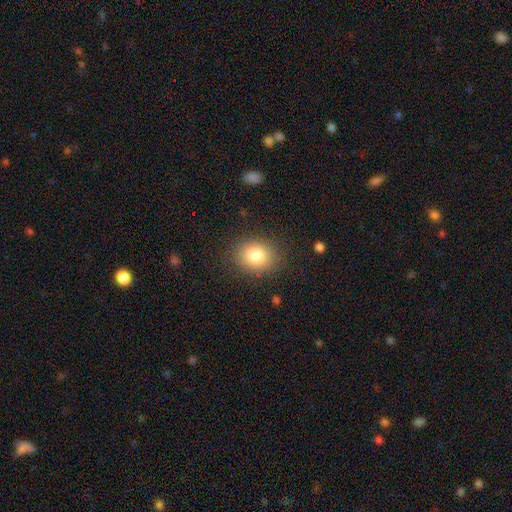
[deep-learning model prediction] Smooth or featured?
  - smooth: 82% *
  - star or artifact: 10%
  - featured or disk: 8%
How rounded?
  - in between: 50% *
  - round: 49%
  - cigar-shaped: 1%
Merging?
  - none: 85% *
  - minor disturbance: 10%
  - major disturbance: 4%
  - merger: 1%